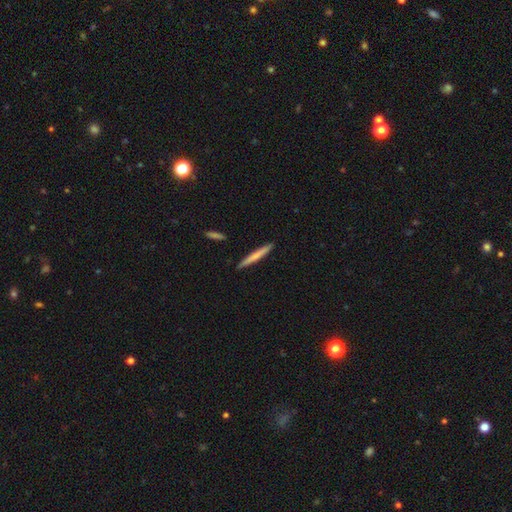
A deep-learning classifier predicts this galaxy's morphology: Smooth or featured? Predicted: smooth (p=0.66). How rounded? Predicted: cigar-shaped (p=0.96). Merging? Predicted: none (p=0.91).